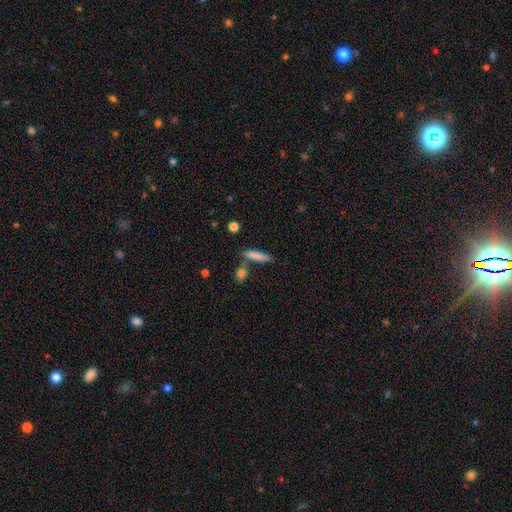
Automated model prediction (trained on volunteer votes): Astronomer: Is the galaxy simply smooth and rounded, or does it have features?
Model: smooth — 82%.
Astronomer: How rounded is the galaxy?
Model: cigar-shaped — 80%.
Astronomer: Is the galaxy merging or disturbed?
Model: none — 73%.